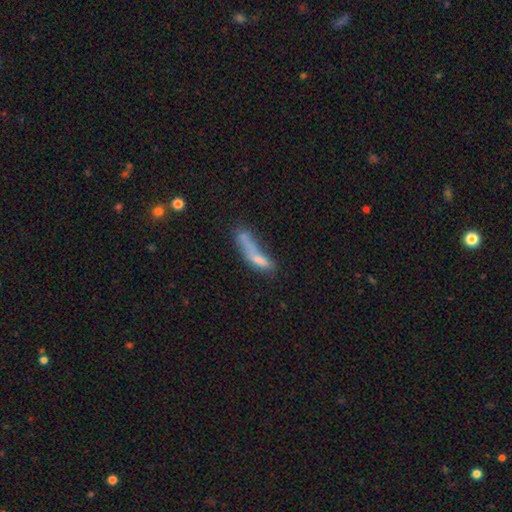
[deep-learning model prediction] Smooth or featured? smooth (60%)
How rounded? cigar-shaped (72%)
Merging? merger (29%)